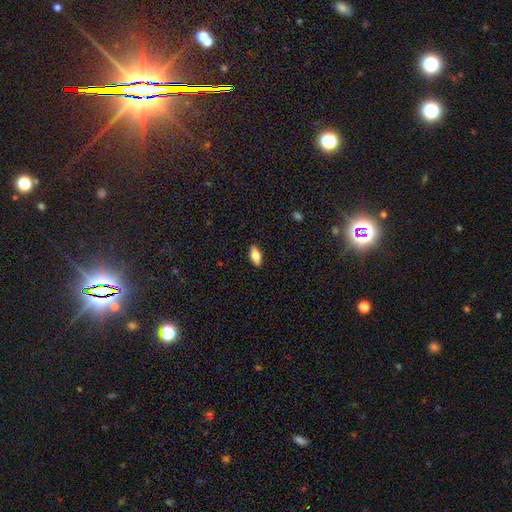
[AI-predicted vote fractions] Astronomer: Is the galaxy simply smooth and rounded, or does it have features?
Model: smooth — 78%.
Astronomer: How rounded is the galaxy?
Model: in between — 87%.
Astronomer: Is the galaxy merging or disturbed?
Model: none — 89%.